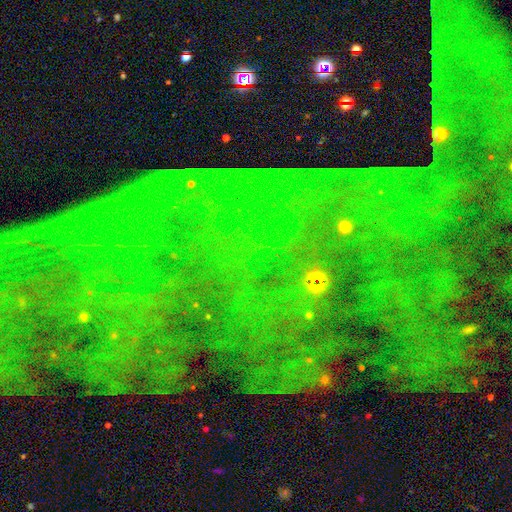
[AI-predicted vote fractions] A star or artifact, not a galaxy (82%).

Vote fractions:
- Smooth or featured? star or artifact: 82% / featured or disk: 10% / smooth: 8%